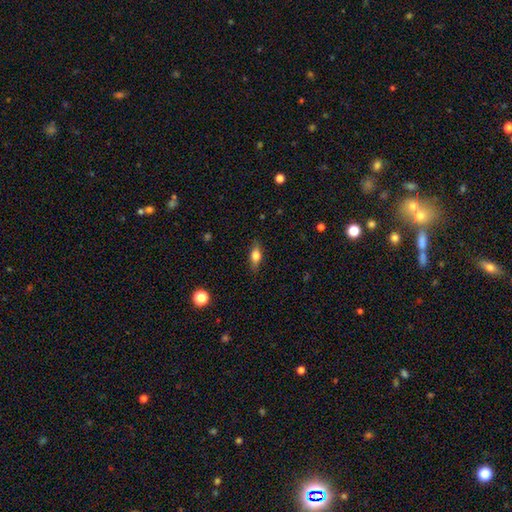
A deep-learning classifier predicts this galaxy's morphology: type=smooth (64%); roundness=in between (67%); merging=none (84%).